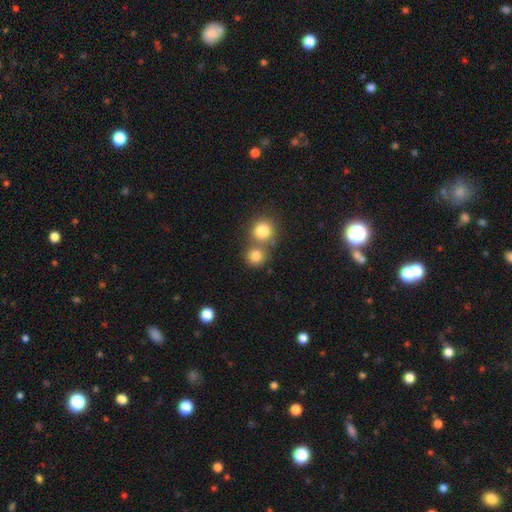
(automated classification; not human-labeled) smooth 81%, star or artifact 11%, featured or disk 8%. Down the decision tree: how rounded — round (88%); merging — none (54%).